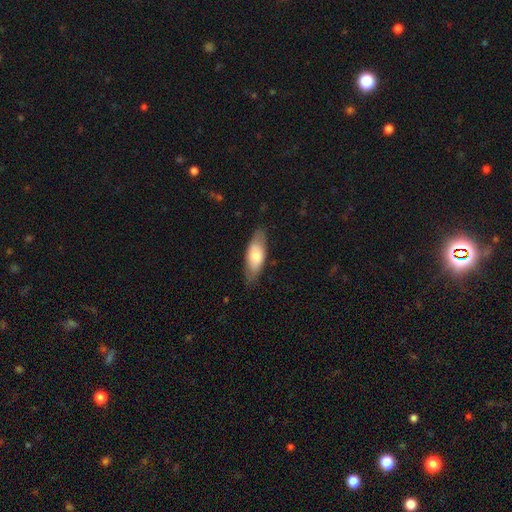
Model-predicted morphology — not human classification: The model was most divided on "smooth or featured": smooth: 66%, featured or disk: 28%, star or artifact: 6%. More confident: merging — none (78%); how rounded — in between (77%).